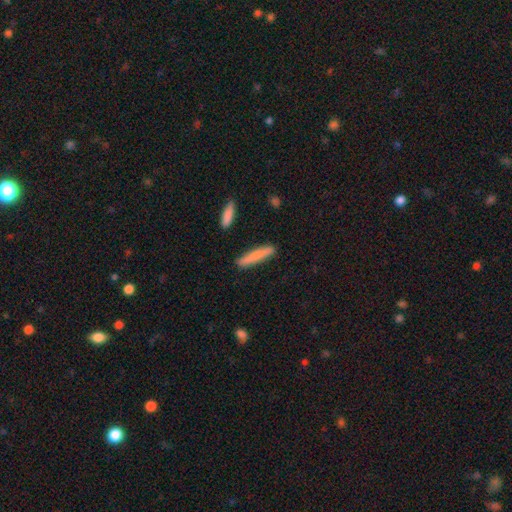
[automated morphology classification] Smooth or featured? smooth (78%)
How rounded? cigar-shaped (91%)
Merging? none (88%)